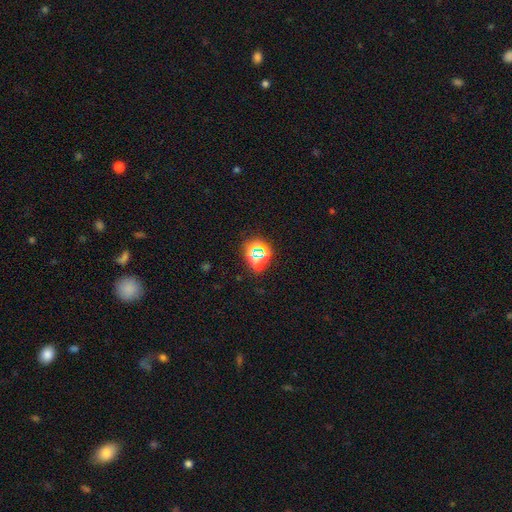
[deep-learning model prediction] A star or artifact, not a galaxy (63%).

Vote fractions:
- Smooth or featured? star or artifact: 63% / smooth: 26% / featured or disk: 11%